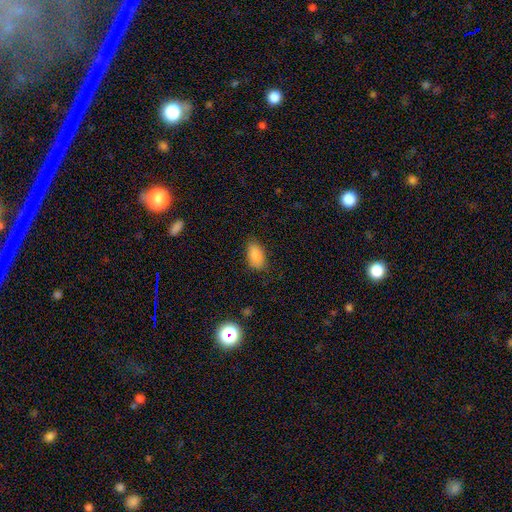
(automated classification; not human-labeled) smooth 86%, star or artifact 8%, featured or disk 6%. Down the decision tree: how rounded — in between (92%); merging — none (79%).